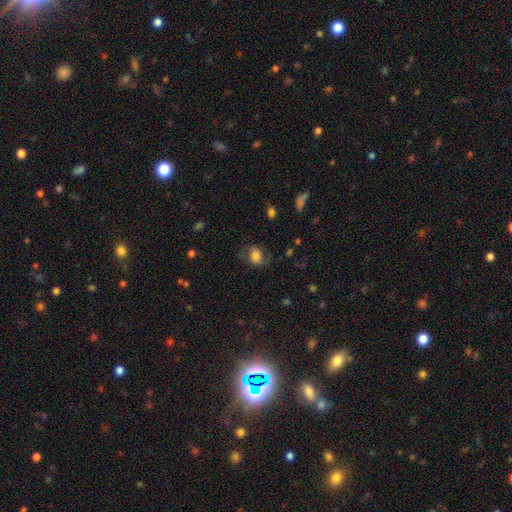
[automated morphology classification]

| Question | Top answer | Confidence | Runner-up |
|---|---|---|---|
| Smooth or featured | smooth | 65% | featured or disk (25%) |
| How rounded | in between | 65% | round (33%) |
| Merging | none | 61% | minor disturbance (23%) |